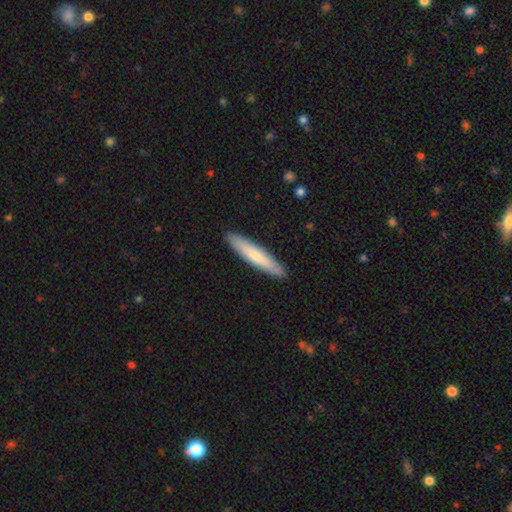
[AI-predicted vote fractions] A smooth galaxy with no disk features (72%) that is cigar-shaped (91%).

Vote fractions:
- Smooth or featured? smooth: 72% / featured or disk: 23% / star or artifact: 5%
- How rounded? cigar-shaped: 91% / in between: 8% / round: 1%
- Merging? none: 91% / minor disturbance: 7% / major disturbance: 1% / merger: 1%